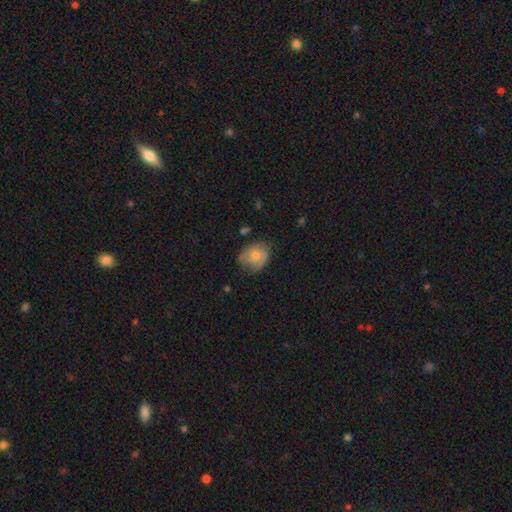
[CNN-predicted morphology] Overall: smooth (61%; featured or disk 32%). How rounded: round (56%; in between 43%). Merging: none (57%; minor disturbance 30%).